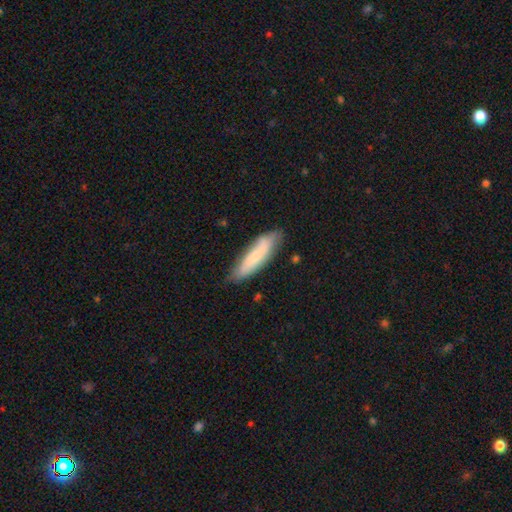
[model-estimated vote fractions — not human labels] smooth_or_featured: smooth (p=0.67) [alt: featured or disk p=0.27]
how_rounded: cigar-shaped (p=0.71) [alt: in between p=0.28]
merging: none (p=0.76) [alt: minor disturbance p=0.19]